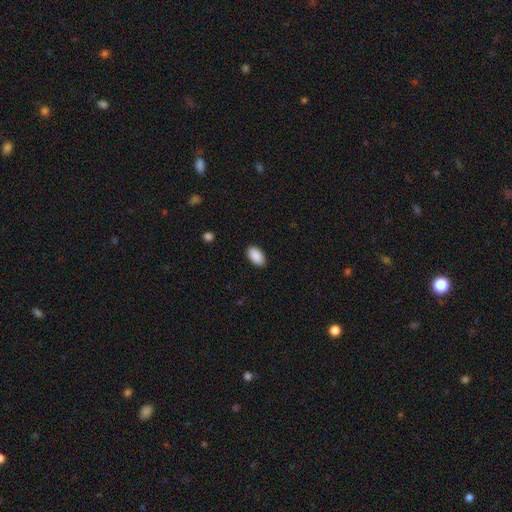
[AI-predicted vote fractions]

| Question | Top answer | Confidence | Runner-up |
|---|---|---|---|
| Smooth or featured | smooth | 91% | star or artifact (7%) |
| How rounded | in between | 94% | round (4%) |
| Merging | none | 88% | minor disturbance (9%) |